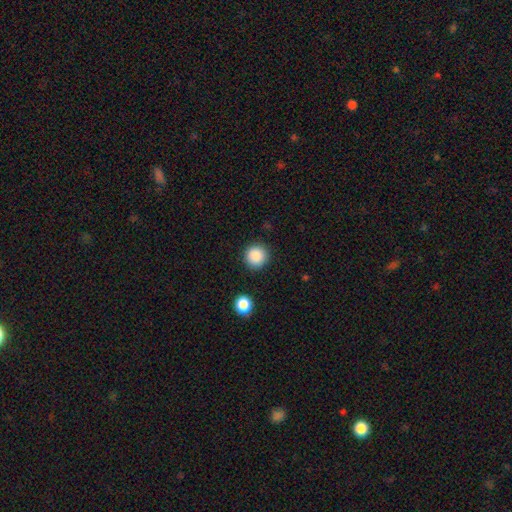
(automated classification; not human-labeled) A smooth galaxy with no disk features (88%) that is round (94%).

Vote fractions:
- Smooth or featured? smooth: 88% / star or artifact: 9% / featured or disk: 3%
- How rounded? round: 94% / in between: 5% / cigar-shaped: 1%
- Merging? none: 90% / minor disturbance: 6% / major disturbance: 2% / merger: 2%